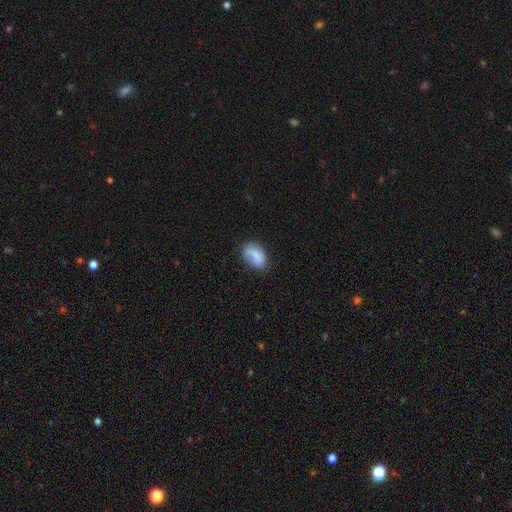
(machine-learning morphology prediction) This appears to be a smooth galaxy with no disk features (75%) that is in between round and cigar-shaped (85%). Merging: none (61%).